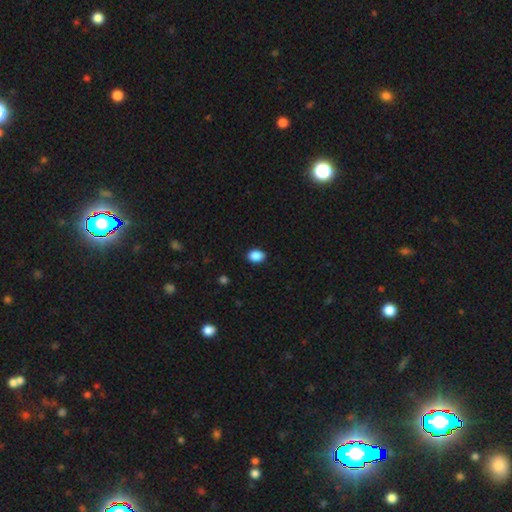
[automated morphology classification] smooth 89%, star or artifact 8%, featured or disk 3%. Down the decision tree: how rounded — in between (74%); merging — none (87%).